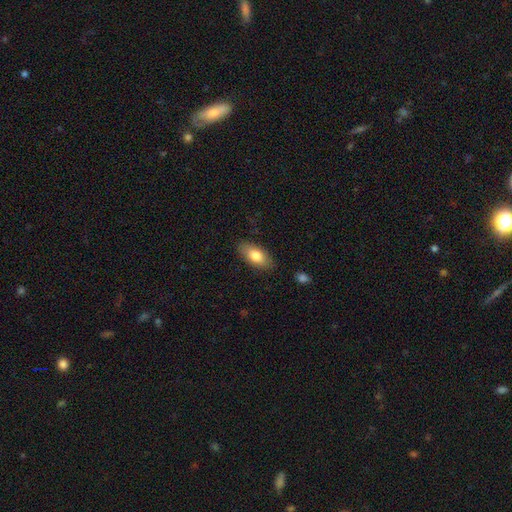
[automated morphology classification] This is likely a smooth galaxy (79%). How rounded: clearly in between (89%). Merging: clearly none (86%).